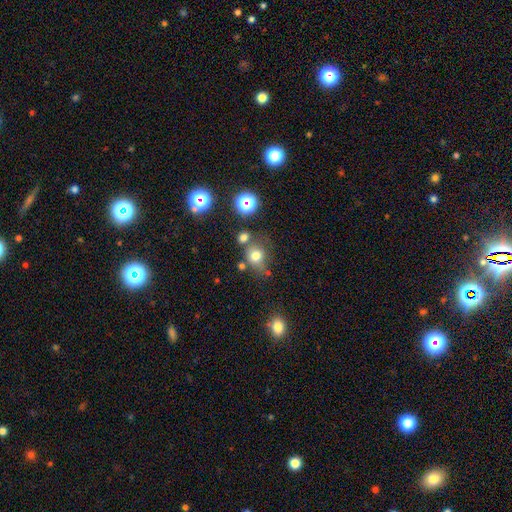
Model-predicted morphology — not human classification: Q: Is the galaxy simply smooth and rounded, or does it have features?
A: smooth — 73%.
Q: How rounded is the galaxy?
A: round — 69%.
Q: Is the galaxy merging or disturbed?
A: none — 57%.